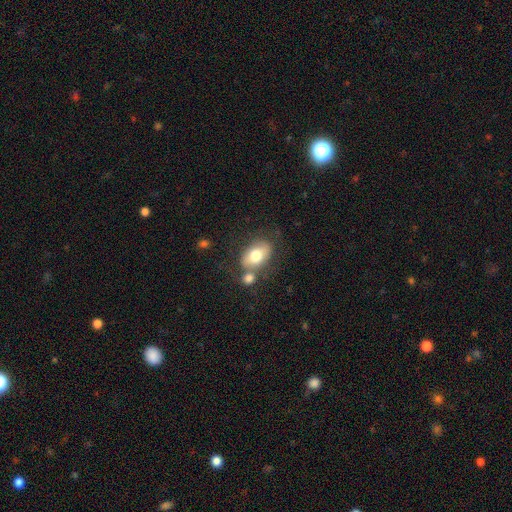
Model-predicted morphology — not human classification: smooth-or-featured: smooth: 70% | featured or disk: 23% | star or artifact: 7%
  how-rounded: in between: 85% | round: 13% | cigar-shaped: 2%
  merging: none: 56% | merger: 22% | minor disturbance: 16% | major disturbance: 6%